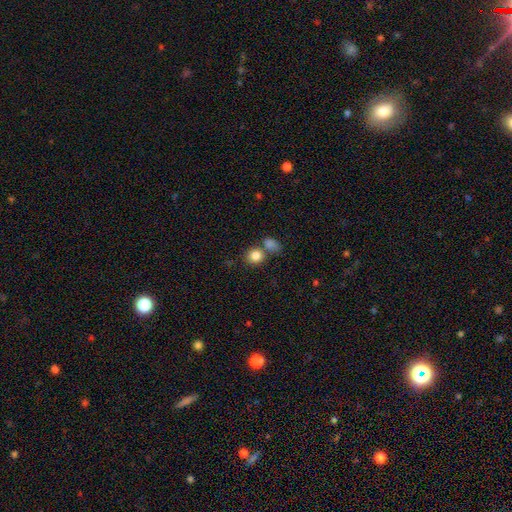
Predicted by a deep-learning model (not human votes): Smooth or featured? smooth (84%)
How rounded? round (78%)
Merging? none (57%)